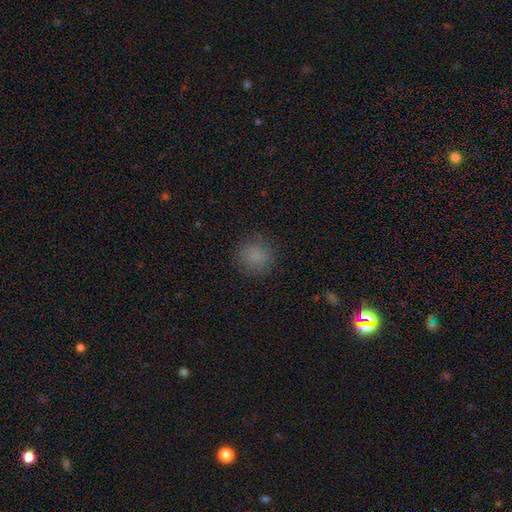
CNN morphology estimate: Q: Smooth or featured?
A: smooth (82%); runner-up: star or artifact (12%)
Q: How rounded?
A: round (89%); runner-up: in between (10%)
Q: Merging?
A: none (85%); runner-up: minor disturbance (10%)